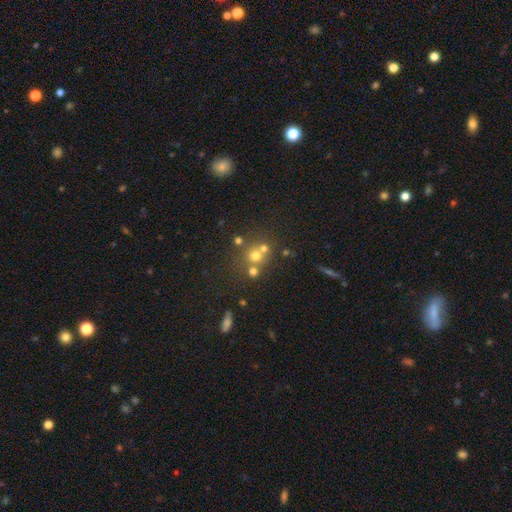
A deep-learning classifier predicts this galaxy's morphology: Overall: smooth (62%). How rounded: round (86%). Merging: none (51%; merger 37%).